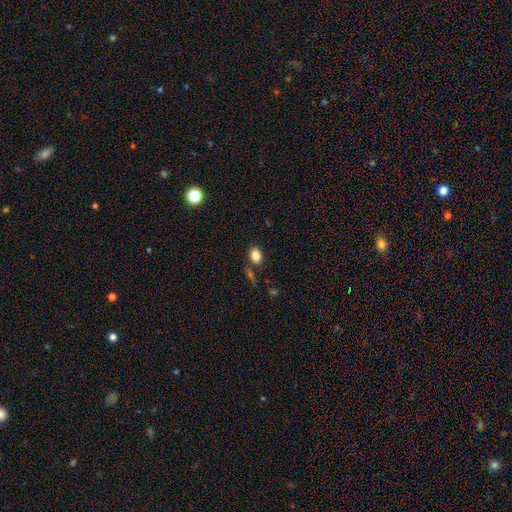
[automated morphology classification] A smooth galaxy with no disk features (85%) that is in between round and cigar-shaped (80%).

Vote fractions:
- Smooth or featured? smooth: 85% / star or artifact: 10% / featured or disk: 5%
- How rounded? in between: 80% / round: 18% / cigar-shaped: 1%
- Merging? none: 72% / minor disturbance: 13% / merger: 11% / major disturbance: 4%